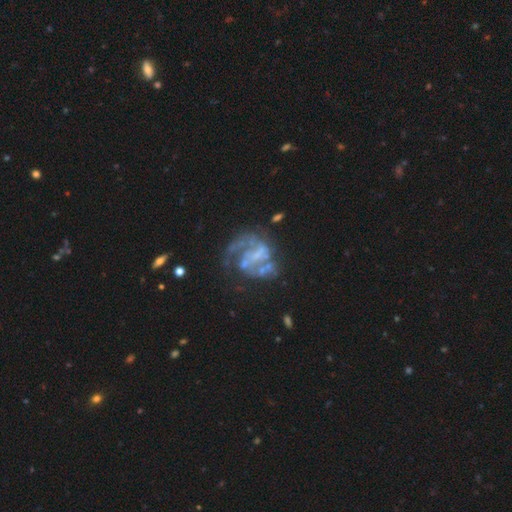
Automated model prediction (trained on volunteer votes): featured or disk 78%, smooth 12%, star or artifact 10%. Down the decision tree: edge-on disk — no (98%); bar — no (55%); spiral arms — yes (65%); spiral arm count — 2 (38%); spiral winding — medium (39%); bulge size — none (58%); merging — none (40%).